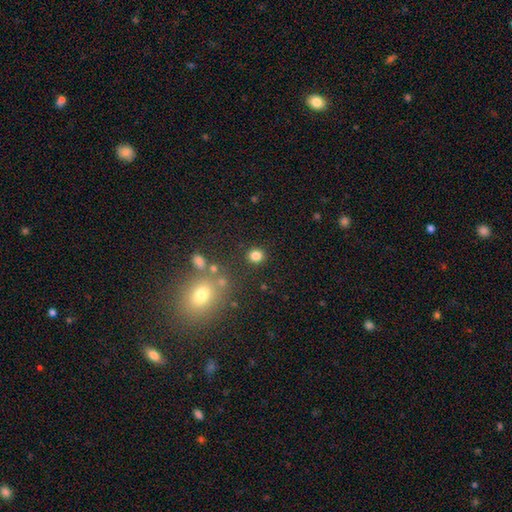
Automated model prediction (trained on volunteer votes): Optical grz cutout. It shows a smooth galaxy with no disk features (81%) that is round (86%). Merging: none (85%).